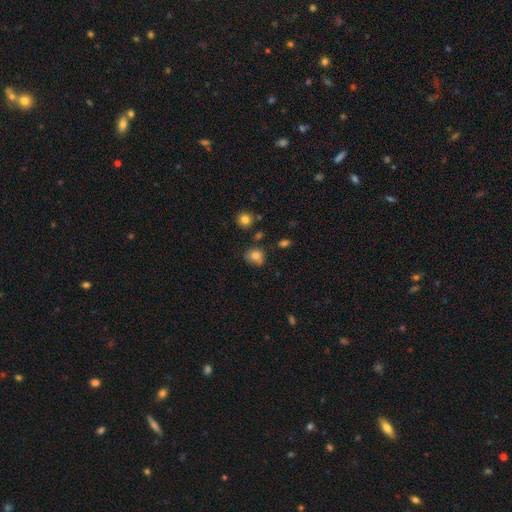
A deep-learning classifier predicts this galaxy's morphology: smooth_or_featured: smooth (p=0.77) [alt: featured or disk p=0.12]
how_rounded: round (p=0.68) [alt: in between p=0.31]
merging: none (p=0.63) [alt: minor disturbance p=0.25]